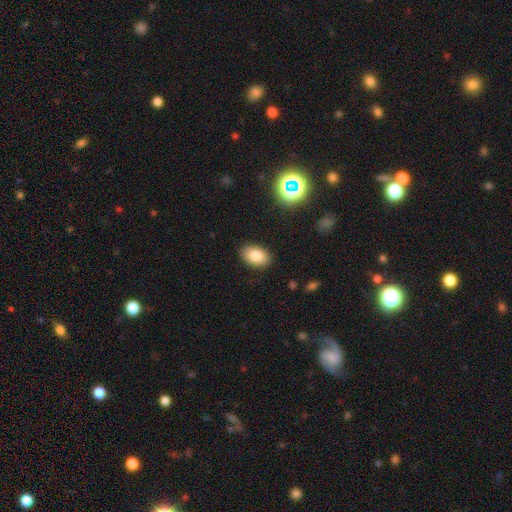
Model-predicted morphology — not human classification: The model was most divided on "smooth or featured": smooth: 82%, star or artifact: 10%, featured or disk: 8%. More confident: how rounded — in between (89%); merging — none (88%).